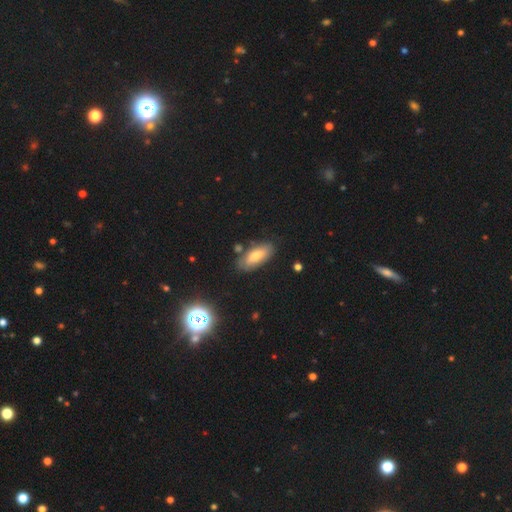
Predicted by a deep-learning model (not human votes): The model was most divided on "smooth or featured": smooth: 66%, featured or disk: 24%, star or artifact: 10%. More confident: how rounded — in between (81%); merging — none (79%).